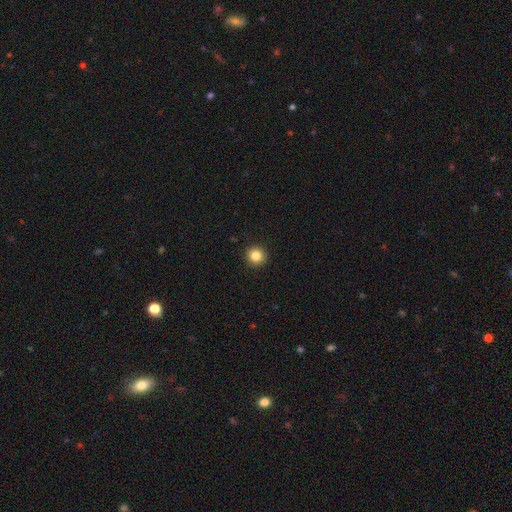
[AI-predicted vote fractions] This appears to be a smooth galaxy with no disk features (84%) that is round (93%). Merging: none (93%).